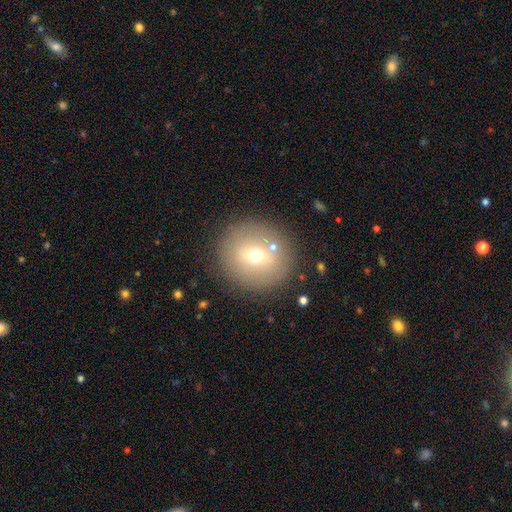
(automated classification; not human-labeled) smooth_or_featured: smooth (p=0.59) [alt: featured or disk p=0.30]
how_rounded: round (p=0.88) [alt: in between p=0.11]
merging: none (p=0.83) [alt: minor disturbance p=0.09]